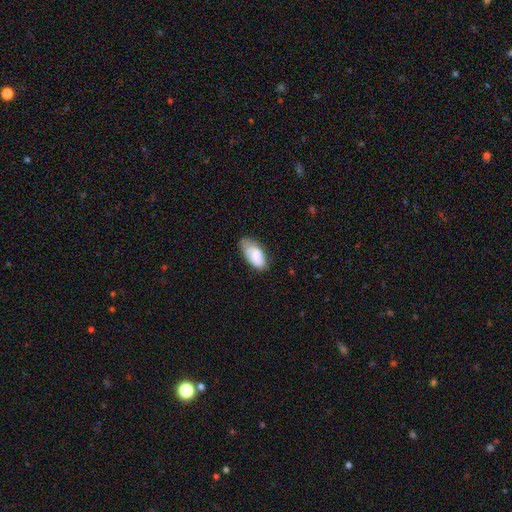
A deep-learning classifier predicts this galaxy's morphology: Smooth or featured? smooth (71%)
How rounded? in between (91%)
Merging? none (57%)